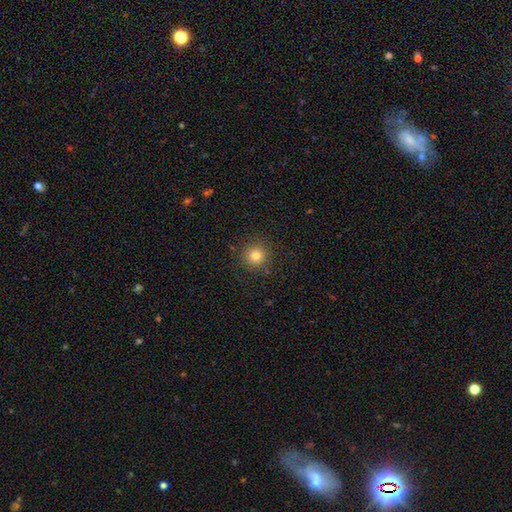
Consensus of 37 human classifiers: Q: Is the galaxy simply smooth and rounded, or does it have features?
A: smooth — 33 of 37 (89%).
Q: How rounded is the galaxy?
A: round — 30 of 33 (91%).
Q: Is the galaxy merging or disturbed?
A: none — 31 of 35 (89%).